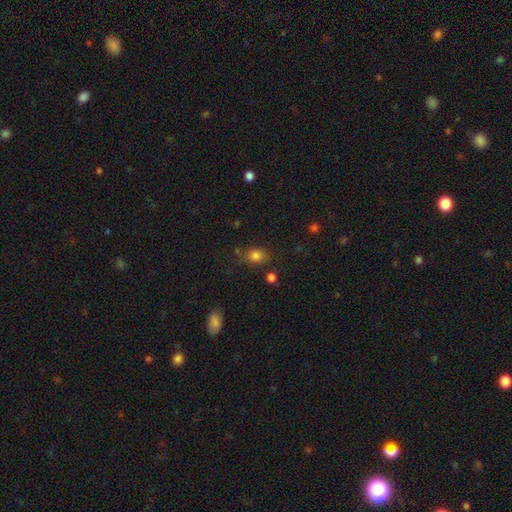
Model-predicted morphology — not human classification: smooth 80%, star or artifact 14%, featured or disk 7%. Down the decision tree: how rounded — in between (51%); merging — none (73%).